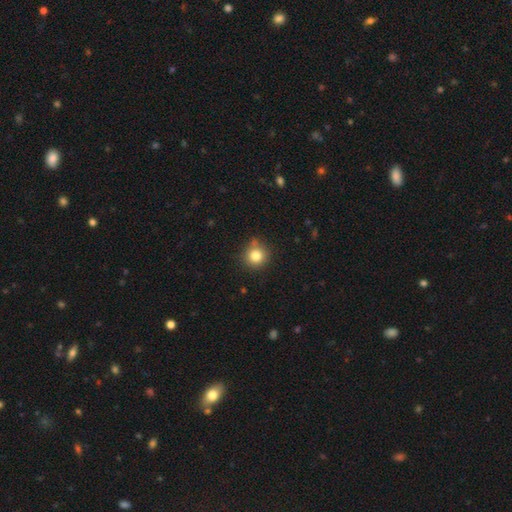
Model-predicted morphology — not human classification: smooth-or-featured: smooth: 82% | star or artifact: 12% | featured or disk: 6%
  how-rounded: round: 92% | in between: 7% | cigar-shaped: 1%
  merging: none: 80% | minor disturbance: 13% | merger: 4% | major disturbance: 3%